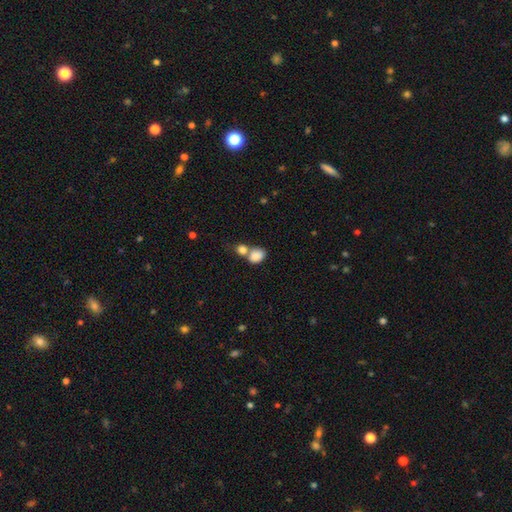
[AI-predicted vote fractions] This is clearly a smooth galaxy (85%). How rounded: likely in between (65%). Merging: possibly merger (53%).